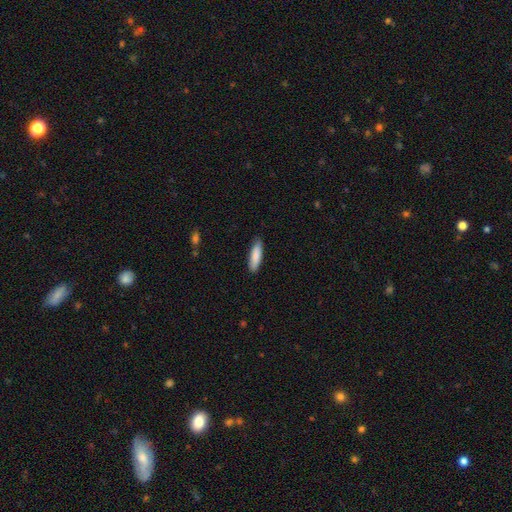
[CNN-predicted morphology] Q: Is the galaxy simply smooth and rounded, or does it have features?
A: smooth — 85%.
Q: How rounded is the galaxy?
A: cigar-shaped — 64%.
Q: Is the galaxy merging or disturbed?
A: none — 87%.